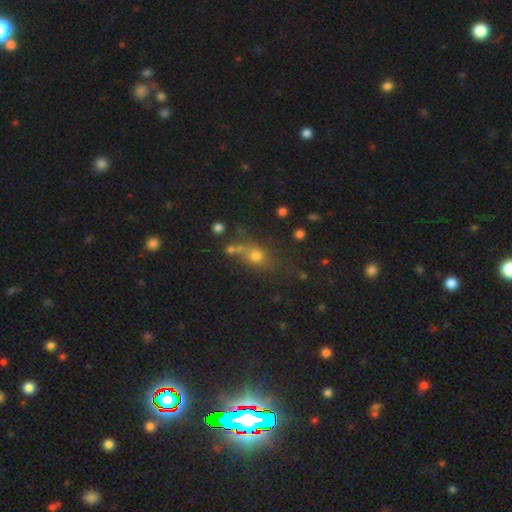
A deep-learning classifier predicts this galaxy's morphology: Smooth or featured?
  - smooth: 69% *
  - star or artifact: 19%
  - featured or disk: 13%
How rounded?
  - round: 54% *
  - in between: 42%
  - cigar-shaped: 4%
Merging?
  - none: 55% *
  - merger: 19%
  - minor disturbance: 17%
  - major disturbance: 9%